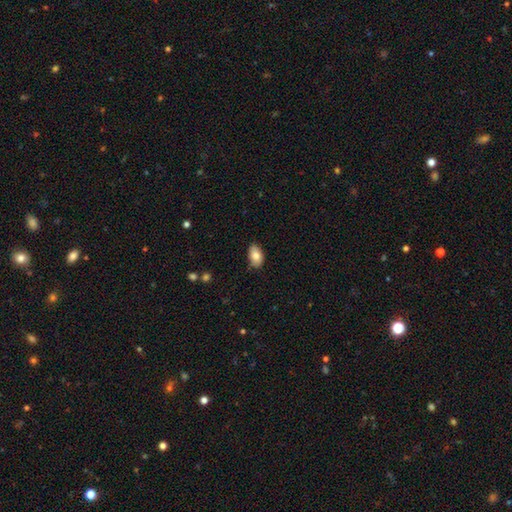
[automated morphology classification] Overall: smooth (81%). How rounded: in between (91%). Merging: none (80%).